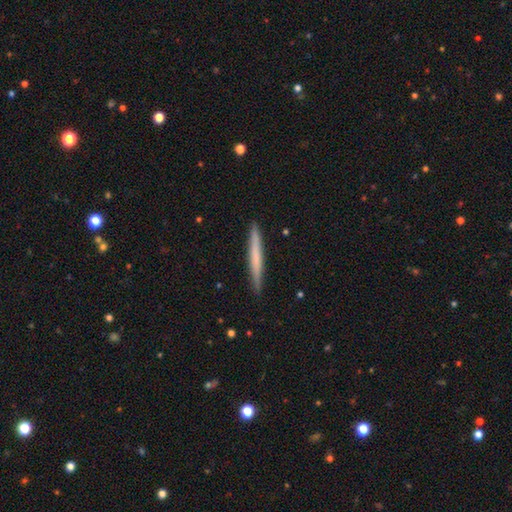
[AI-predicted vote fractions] Smooth or featured? smooth (57%)
How rounded? cigar-shaped (97%)
Merging? none (92%)